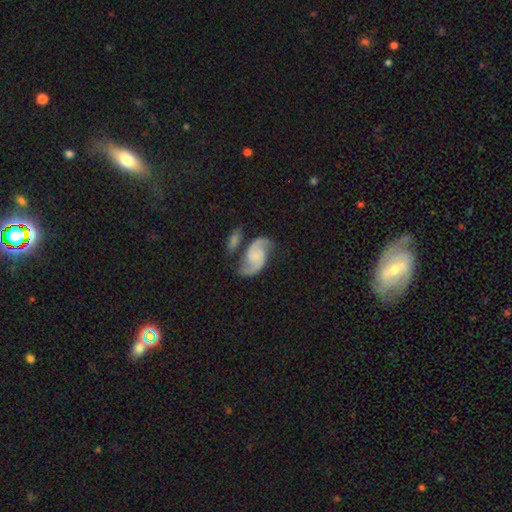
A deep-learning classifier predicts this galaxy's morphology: Overall: featured or disk (83%). Edge-on disk: no (98%). Bar: no (62%; weak 30%). Spiral arms: yes (97%). Spiral arm count: 2 (93%). Spiral winding: medium (47%; loose 39%). Bulge size: none (47%; small 32%). Merging: none (58%).